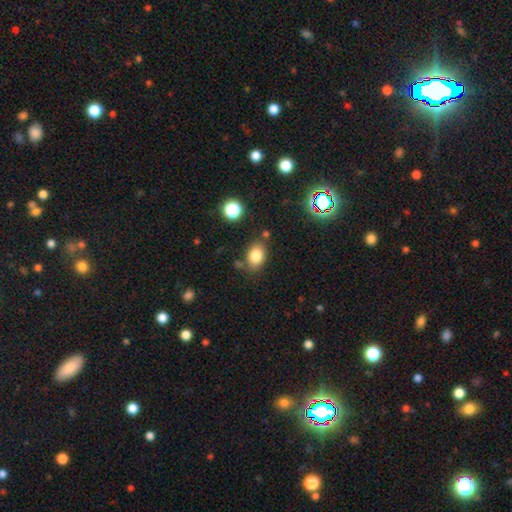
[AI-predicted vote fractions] This is clearly a smooth galaxy (82%). How rounded: likely in between (72%). Merging: likely none (75%).